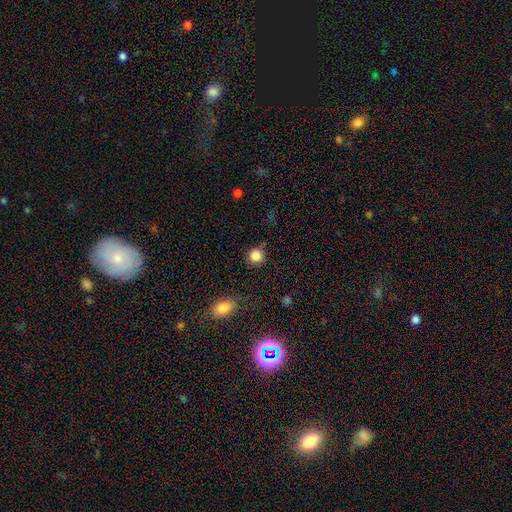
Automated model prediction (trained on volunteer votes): A smooth galaxy with no disk features (86%) that is round (94%). Merging: none (85%).